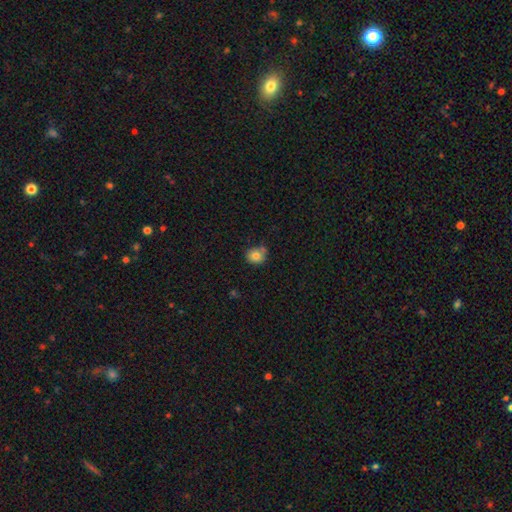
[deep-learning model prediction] smooth 79%, featured or disk 11%, star or artifact 10%. Down the decision tree: how rounded — round (74%); merging — none (65%).